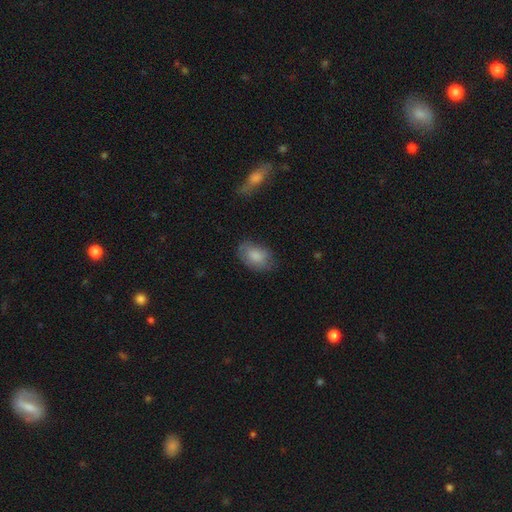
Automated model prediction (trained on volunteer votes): The model was most divided on "merging": none: 68%, minor disturbance: 24%, major disturbance: 6%, merger: 2%. More confident: how rounded — in between (88%); smooth or featured — smooth (81%).